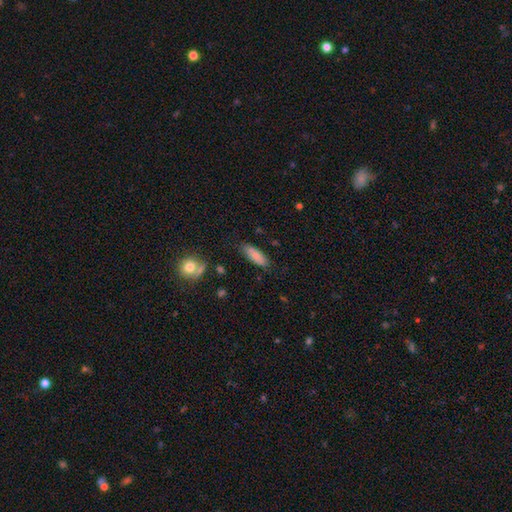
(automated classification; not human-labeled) smooth-or-featured: smooth: 77% | featured or disk: 16% | star or artifact: 7%
  how-rounded: in between: 65% | cigar-shaped: 32% | round: 2%
  merging: none: 80% | minor disturbance: 15% | major disturbance: 3% | merger: 2%